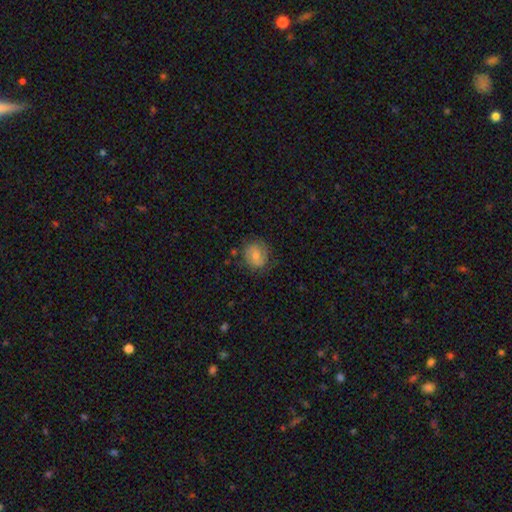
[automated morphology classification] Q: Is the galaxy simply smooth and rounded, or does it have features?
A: smooth — 49%.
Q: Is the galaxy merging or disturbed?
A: none — 77%.